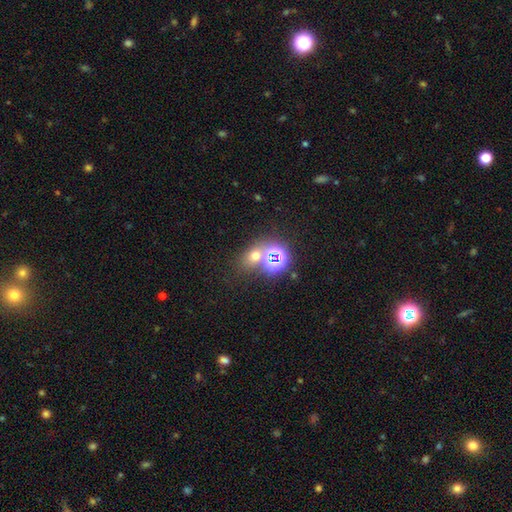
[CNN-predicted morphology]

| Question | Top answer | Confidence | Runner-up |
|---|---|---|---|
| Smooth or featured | smooth | 52% | star or artifact (37%) |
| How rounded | round | 58% | in between (40%) |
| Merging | none | 60% | merger (26%) |